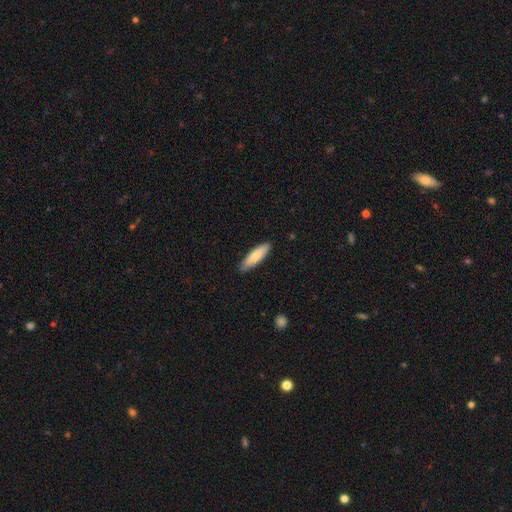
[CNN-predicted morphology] Q: Smooth or featured?
A: smooth (72%); runner-up: featured or disk (23%)
Q: How rounded?
A: cigar-shaped (60%); runner-up: in between (38%)
Q: Merging?
A: none (88%); runner-up: minor disturbance (9%)